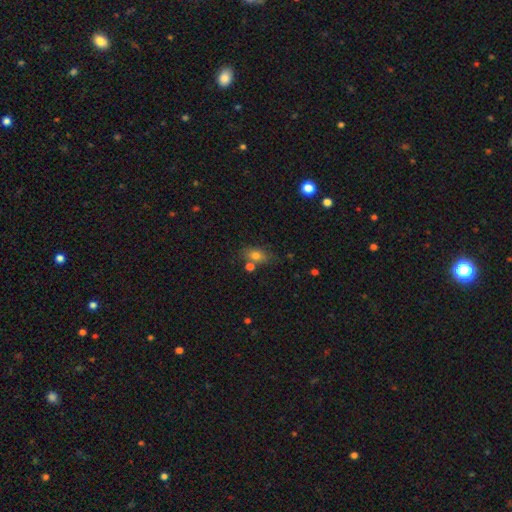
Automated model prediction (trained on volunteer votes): This is likely a smooth galaxy (75%). How rounded: likely in between (78%). Merging: likely none (61%).